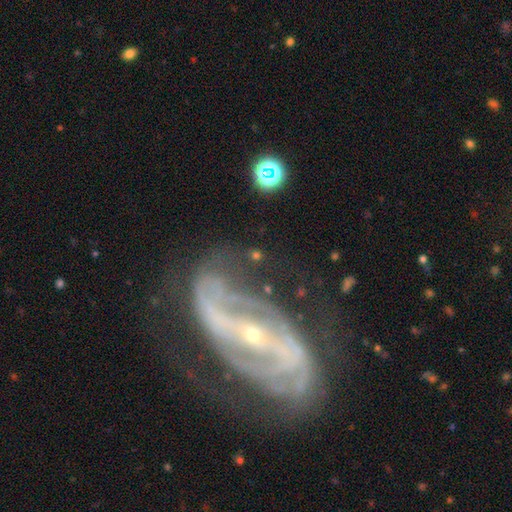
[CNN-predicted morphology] Smooth or featured? featured or disk (70%)
Edge-on disk? no (92%)
Bar? strong (47%)
Spiral arms? yes (81%)
Spiral winding? medium (39%)
Spiral arm count? 2 (68%)
Bulge size? small (71%)
Merging? none (51%)